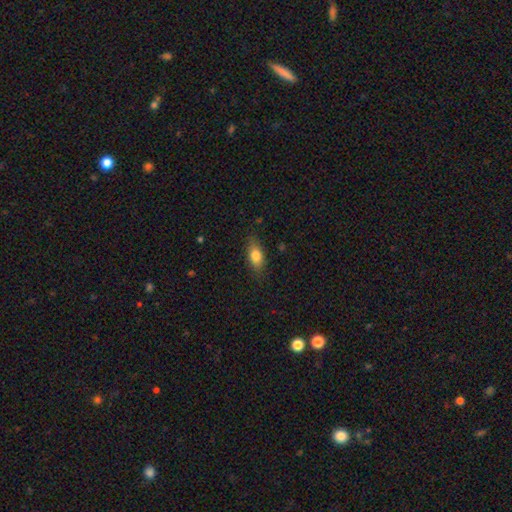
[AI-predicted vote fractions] A smooth galaxy with no disk features (77%) that is in between round and cigar-shaped (80%). Merging: none (80%).